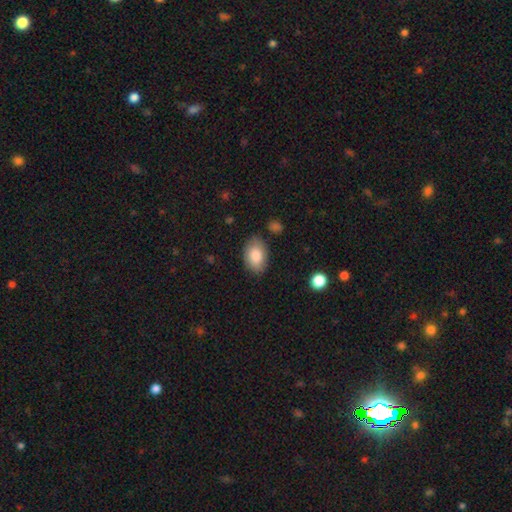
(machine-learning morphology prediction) This is clearly a smooth galaxy (82%). How rounded: clearly in between (90%). Merging: likely none (79%).